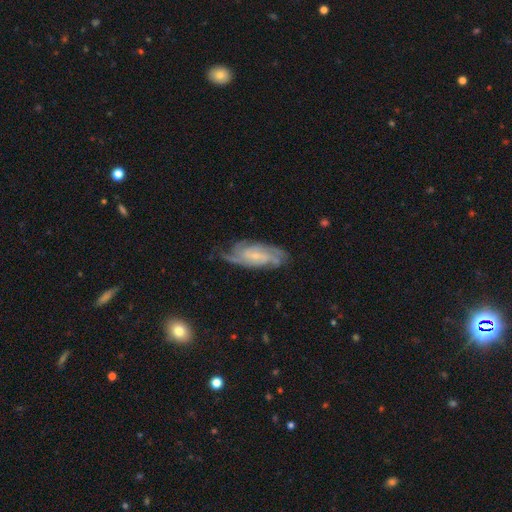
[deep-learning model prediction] A featured or disk galaxy (86%) with no bar (54%), 2 (25%, tied with 3) tight (55%) spiral arms (97%) and a small central bulge (73%).

Vote fractions:
- Smooth or featured? featured or disk: 86% / smooth: 8% / star or artifact: 6%
- Edge-on disk? no: 94% / yes: 6%
- Bar? no: 54% / weak: 36% / strong: 10%
- Spiral arms? yes: 97% / no: 3%
- Spiral winding? tight: 55% / medium: 37% / loose: 8%
- Spiral arm count? 2: 25% (tied) / 3: 25% (tied) / can't tell: 22% / 4: 17% / more than 4: 6% / 1: 5%
- Bulge size? small: 73% / moderate: 19% / none: 5% / large: 1% / dominant: 1%
- Merging? none: 71% / minor disturbance: 20% / major disturbance: 7% / merger: 2%